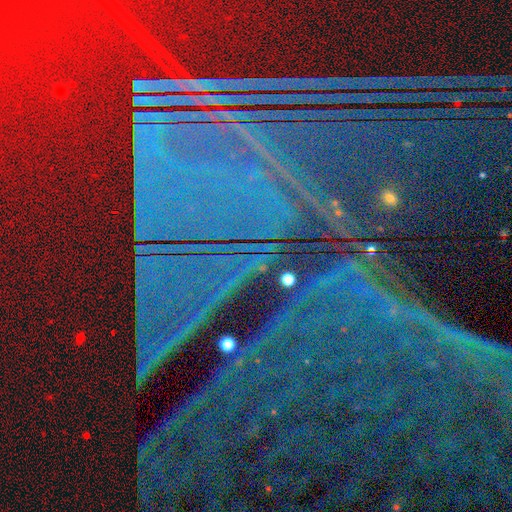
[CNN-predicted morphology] star or artifact 89%, featured or disk 6%, smooth 5%.